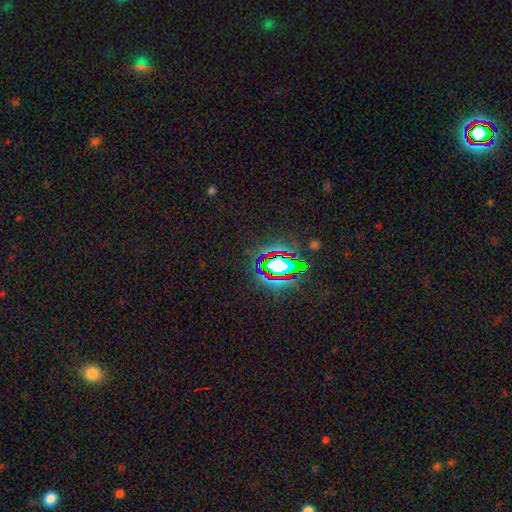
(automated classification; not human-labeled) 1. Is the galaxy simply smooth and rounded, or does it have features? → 81% star or artifact, 11% smooth, 8% featured or disk.